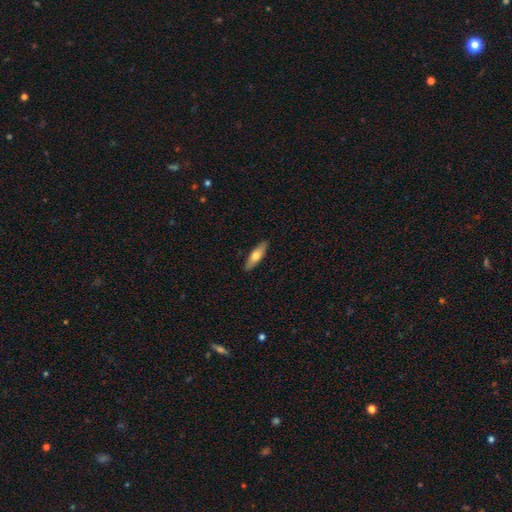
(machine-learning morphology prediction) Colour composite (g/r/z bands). It shows a smooth galaxy with no disk features (63%) that is cigar-shaped (55%). Merging: none (89%).